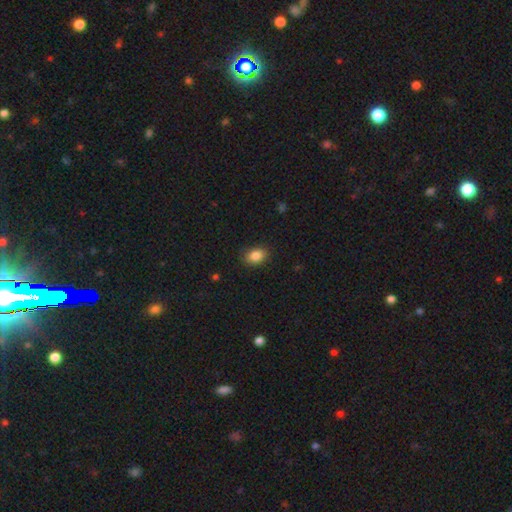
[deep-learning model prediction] Overall: smooth (86%). How rounded: in between (76%). Merging: none (84%).